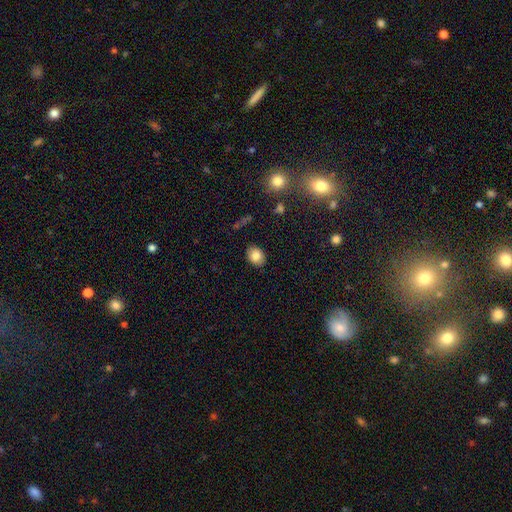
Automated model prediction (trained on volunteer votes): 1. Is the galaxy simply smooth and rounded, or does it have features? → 82% smooth, 9% star or artifact, 8% featured or disk.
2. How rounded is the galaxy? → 59% in between, 40% round, 1% cigar-shaped.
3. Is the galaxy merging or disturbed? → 87% none, 9% minor disturbance, 2% major disturbance, 1% merger.